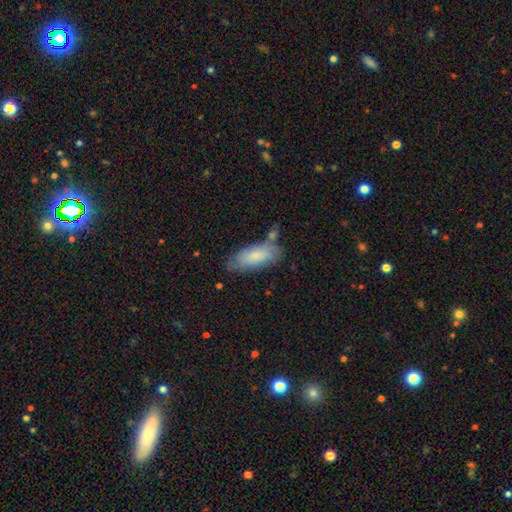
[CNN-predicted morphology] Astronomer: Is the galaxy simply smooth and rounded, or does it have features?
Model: smooth — 81%.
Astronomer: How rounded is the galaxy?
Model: in between — 77%.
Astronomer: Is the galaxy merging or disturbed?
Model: none — 63%.